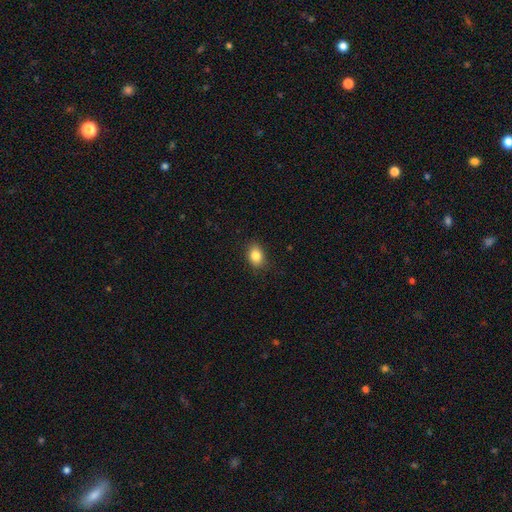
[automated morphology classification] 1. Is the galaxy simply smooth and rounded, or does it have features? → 84% smooth, 10% star or artifact, 6% featured or disk.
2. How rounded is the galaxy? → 69% in between, 30% round, 1% cigar-shaped.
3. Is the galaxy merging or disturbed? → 87% none, 10% minor disturbance, 2% major disturbance, 1% merger.